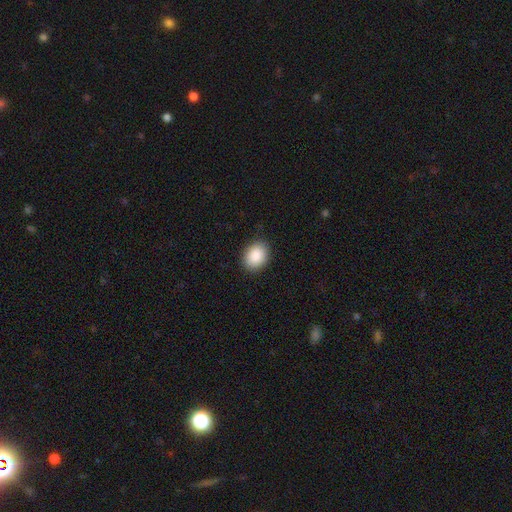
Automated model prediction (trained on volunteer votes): The model was most divided on "how rounded": in between: 63%, round: 36%, cigar-shaped: 1%. More confident: smooth or featured — smooth (89%); merging — none (88%).